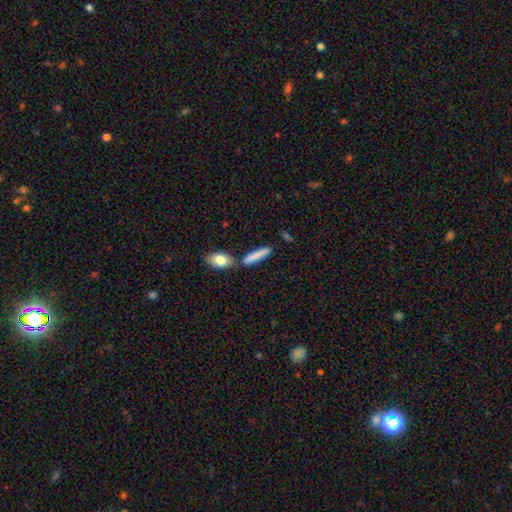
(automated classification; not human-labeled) Smooth or featured? Predicted: smooth (p=0.81). How rounded? Predicted: cigar-shaped (p=0.79). Merging? Predicted: none (p=0.71).